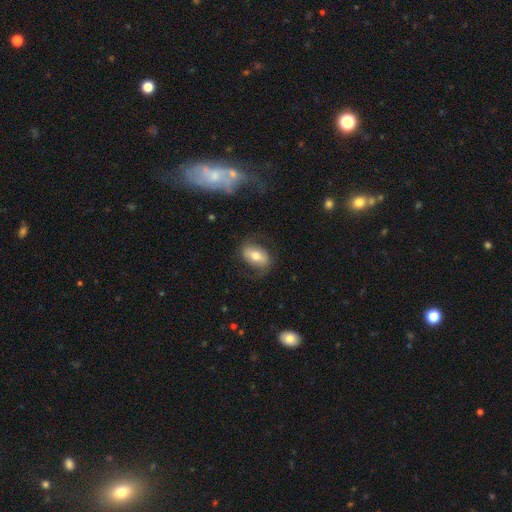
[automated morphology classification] This is possibly a smooth galaxy (54%). How rounded: clearly in between (85%). Merging: likely none (70%).